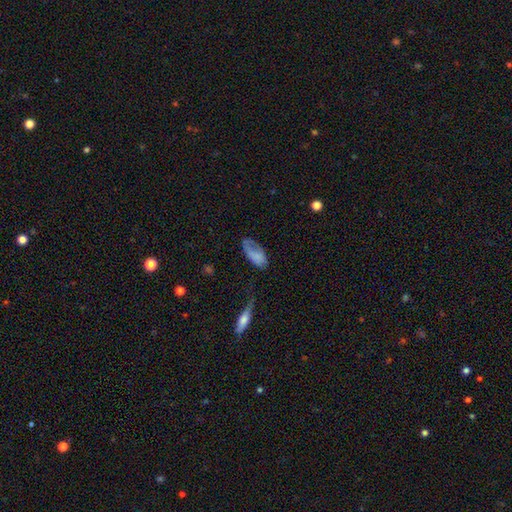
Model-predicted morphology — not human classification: Overall: smooth (72%). How rounded: in between (92%). Merging: none (36%; minor disturbance 34%).